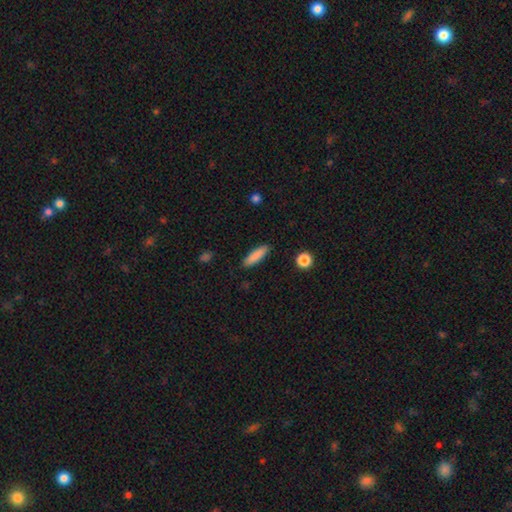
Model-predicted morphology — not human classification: A smooth galaxy with no disk features (86%) that is cigar-shaped (71%). Merging: none (90%).